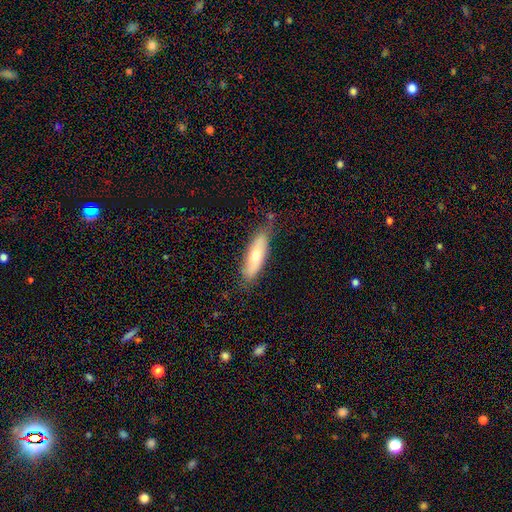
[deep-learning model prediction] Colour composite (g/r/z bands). It shows a smooth galaxy with no disk features (61%) that is in between round and cigar-shaped (51%). Merging: none (73%).